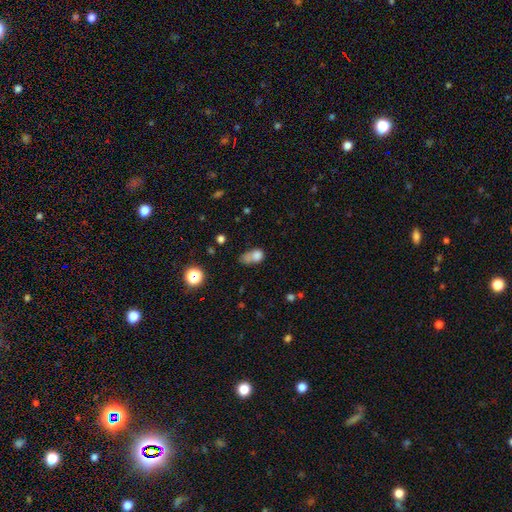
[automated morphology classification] Smooth or featured: smooth — 73% (star or artifact — 14%)
How rounded: in between — 66% (round — 30%)
Merging: major disturbance — 27% (tied with minor disturbance — 27%)